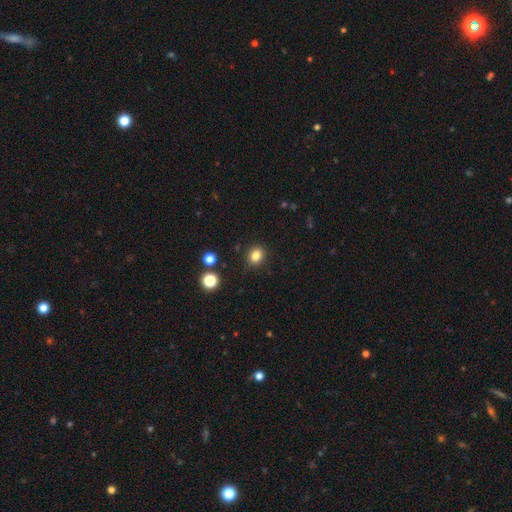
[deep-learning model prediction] Q: Smooth or featured?
A: smooth (82%); runner-up: star or artifact (12%)
Q: How rounded?
A: round (66%); runner-up: in between (33%)
Q: Merging?
A: none (89%); runner-up: minor disturbance (7%)